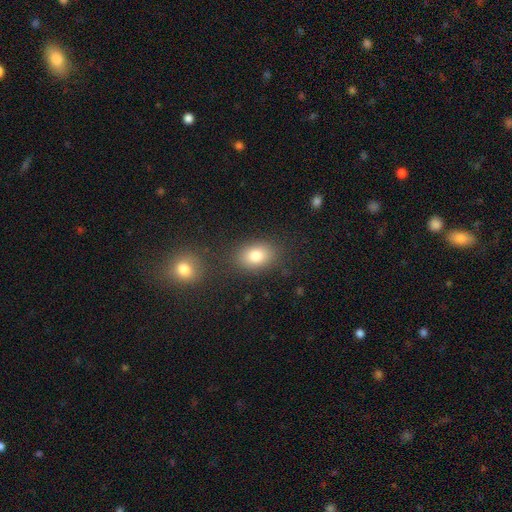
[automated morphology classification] The model was most divided on "how rounded": in between: 74%, round: 25%, cigar-shaped: 1%. More confident: smooth or featured — smooth (80%); merging — none (80%).